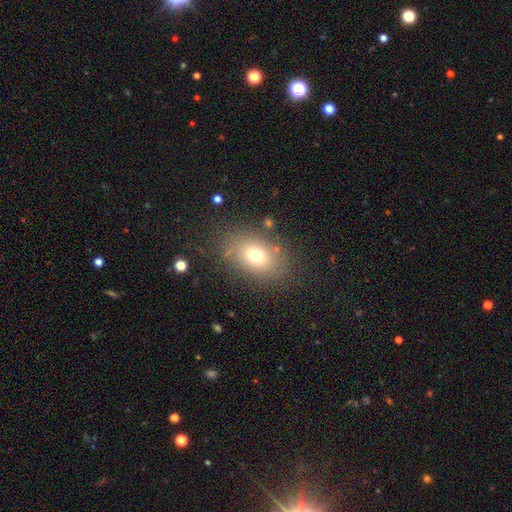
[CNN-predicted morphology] Smooth or featured? Predicted: smooth (p=0.72). How rounded? Predicted: in between (p=0.74). Merging? Predicted: none (p=0.78).